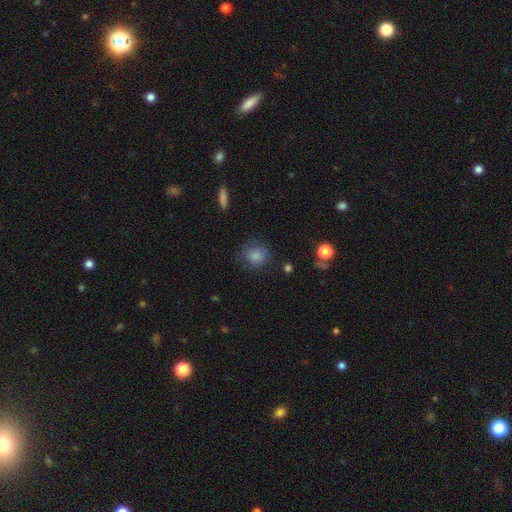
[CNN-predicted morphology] type=smooth (82%); roundness=round (88%); merging=none (74%).